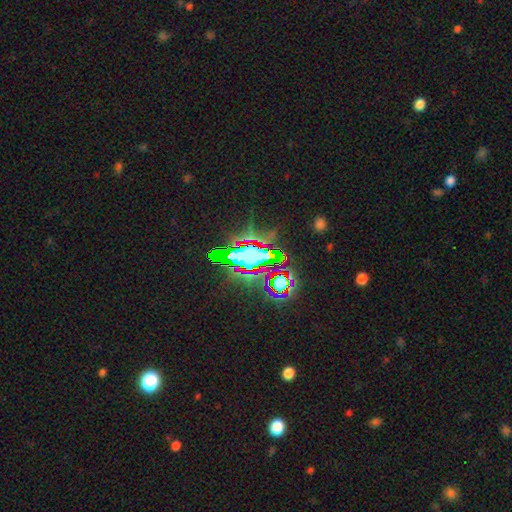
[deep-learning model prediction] A star or artifact, not a galaxy (72%).

Vote fractions:
- Smooth or featured? star or artifact: 72% / featured or disk: 15% / smooth: 13%